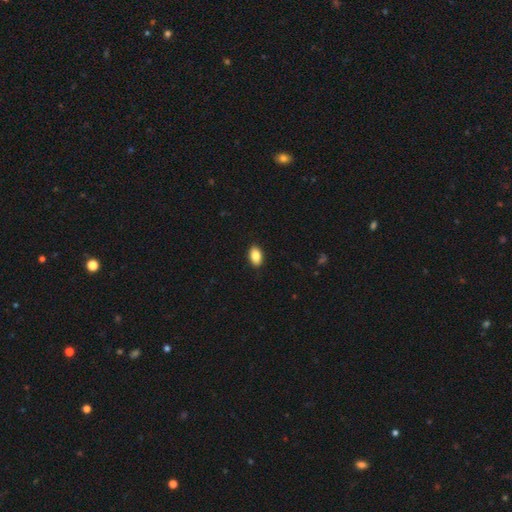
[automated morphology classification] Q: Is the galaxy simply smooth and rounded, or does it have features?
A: smooth — 86%.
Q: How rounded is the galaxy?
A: in between — 91%.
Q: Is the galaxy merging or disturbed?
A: none — 90%.